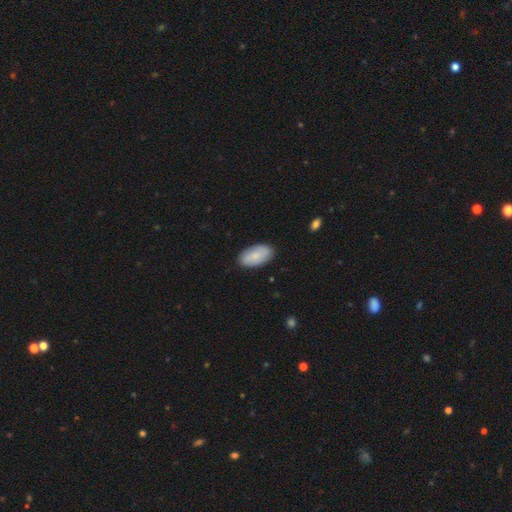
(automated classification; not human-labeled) smooth 80%, featured or disk 14%, star or artifact 6%. Down the decision tree: how rounded — in between (95%); merging — none (87%).